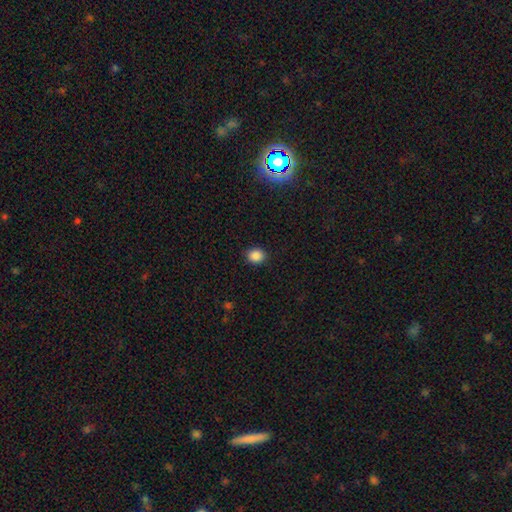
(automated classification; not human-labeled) Smooth or featured? Predicted: smooth (p=0.87). How rounded? Predicted: round (p=0.69). Merging? Predicted: none (p=0.90).